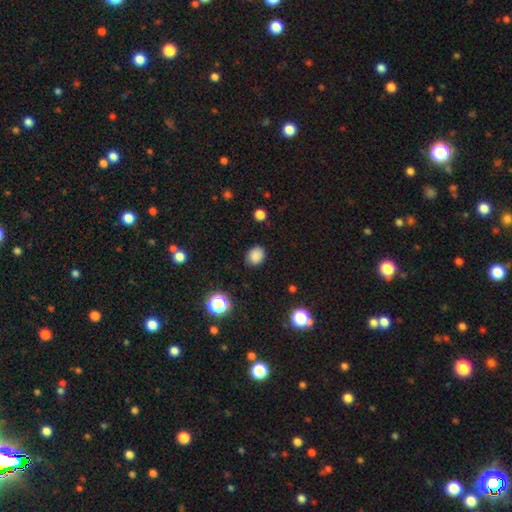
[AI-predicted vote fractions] smooth-or-featured: smooth: 84% | star or artifact: 12% | featured or disk: 4%
  how-rounded: round: 61% | in between: 38% | cigar-shaped: 1%
  merging: none: 83% | minor disturbance: 13% | major disturbance: 3% | merger: 1%